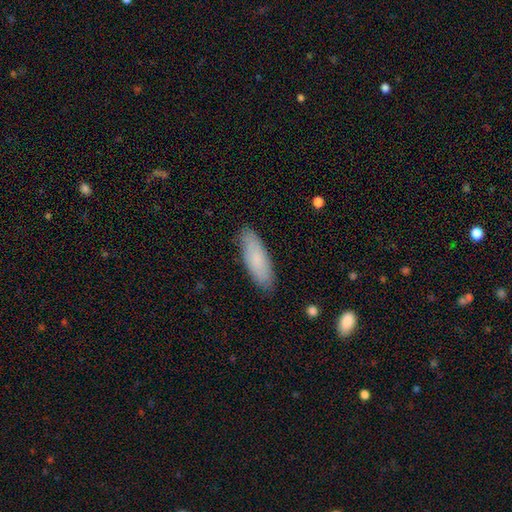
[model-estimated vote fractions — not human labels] smooth_or_featured: smooth (p=0.80) [alt: featured or disk p=0.13]
how_rounded: in between (p=0.55) [alt: cigar-shaped p=0.43]
merging: none (p=0.86) [alt: minor disturbance p=0.11]